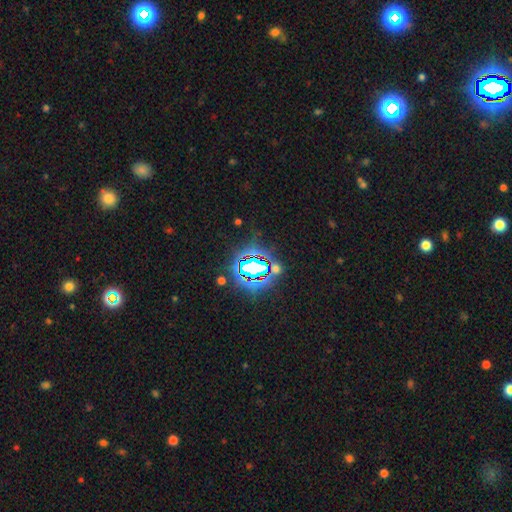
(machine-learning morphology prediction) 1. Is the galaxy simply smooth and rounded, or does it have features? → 82% star or artifact, 11% smooth, 7% featured or disk.